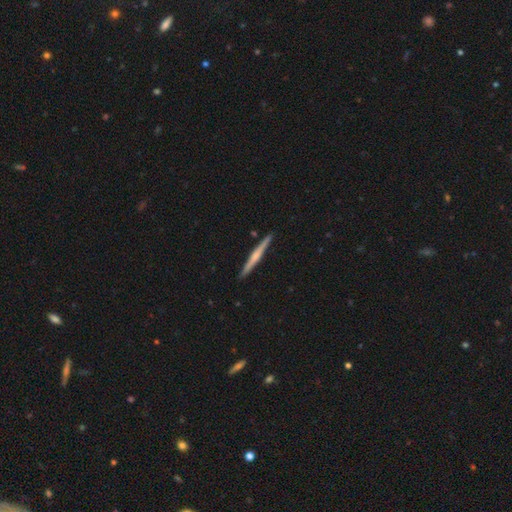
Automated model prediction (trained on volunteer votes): This is likely a featured or disk galaxy (64%). It is clearly viewed edge-on (98%). Edge-on bulge: possibly rounded (59%). Merging: clearly none (91%).